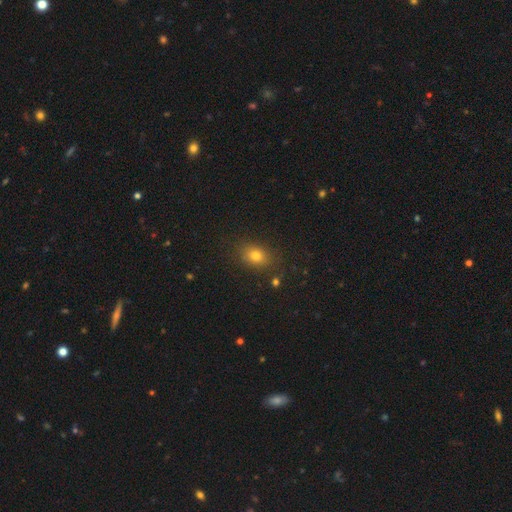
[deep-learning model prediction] This is likely a smooth galaxy (78%). How rounded: likely in between (65%). Merging: clearly none (84%).